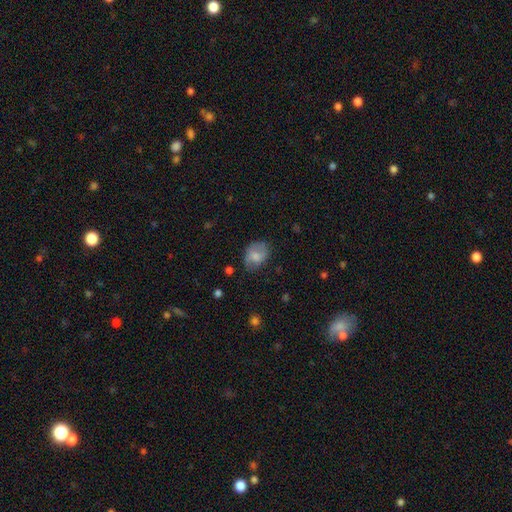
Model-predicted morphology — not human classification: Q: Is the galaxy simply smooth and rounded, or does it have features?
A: smooth — 68%.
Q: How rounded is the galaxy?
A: in between — 68%.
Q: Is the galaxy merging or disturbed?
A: none — 62%.